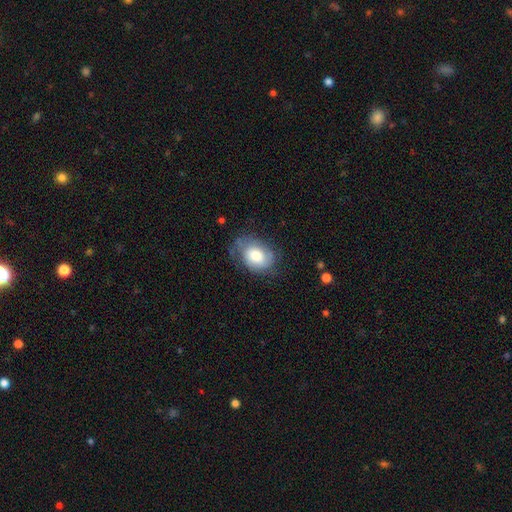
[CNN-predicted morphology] smooth-or-featured: smooth: 62% | featured or disk: 30% | star or artifact: 8%
  how-rounded: in between: 73% | round: 26% | cigar-shaped: 1%
  merging: none: 57% | minor disturbance: 29% | major disturbance: 12% | merger: 2%